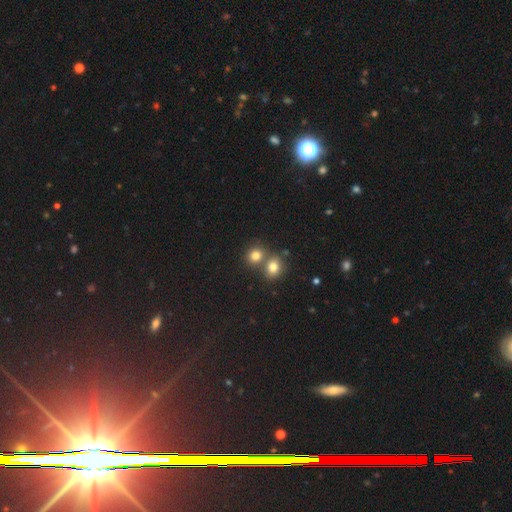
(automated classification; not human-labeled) This is likely a smooth galaxy (79%). How rounded: likely round (78%). Merging: possibly none (49%).